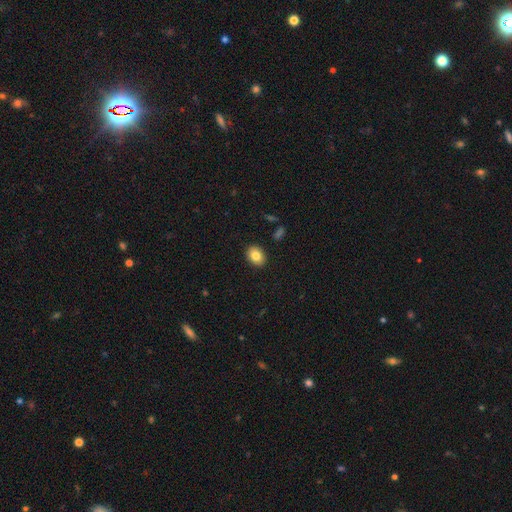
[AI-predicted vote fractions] smooth_or_featured: smooth (p=0.83) [alt: featured or disk p=0.09]
how_rounded: in between (p=0.64) [alt: round p=0.35]
merging: none (p=0.90) [alt: minor disturbance p=0.07]